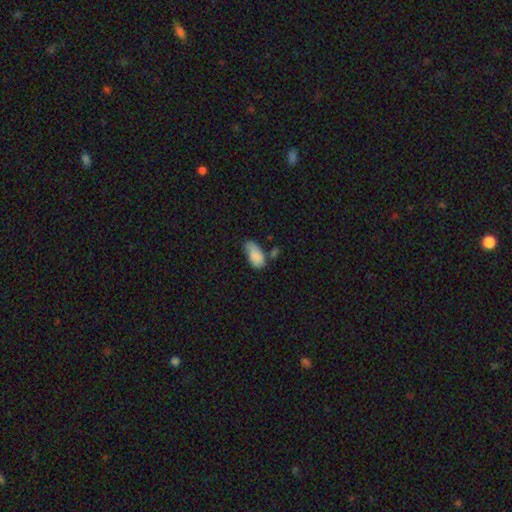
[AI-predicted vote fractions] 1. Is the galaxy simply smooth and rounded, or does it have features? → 83% smooth, 10% featured or disk, 8% star or artifact.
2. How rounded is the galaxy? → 93% in between, 4% round, 3% cigar-shaped.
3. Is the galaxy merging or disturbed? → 38% none, 35% minor disturbance, 14% merger, 13% major disturbance.